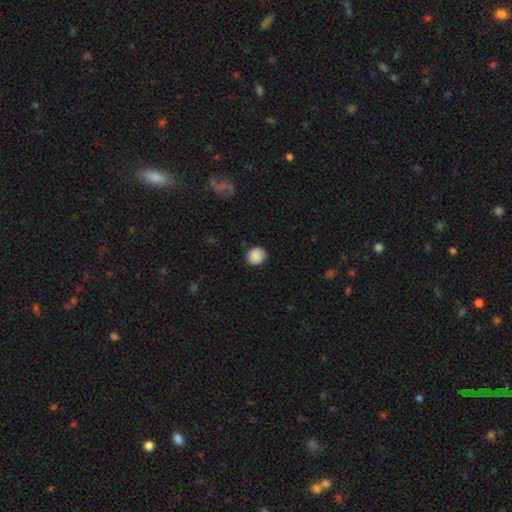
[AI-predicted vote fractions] smooth_or_featured: smooth (p=0.88) [alt: star or artifact p=0.08]
how_rounded: round (p=0.84) [alt: in between p=0.15]
merging: none (p=0.85) [alt: minor disturbance p=0.12]